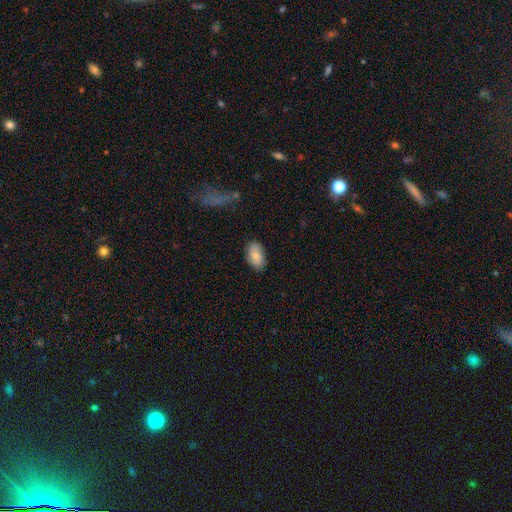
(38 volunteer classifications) A smooth galaxy with no disk features (89%) that is in between round and cigar-shaped (97%). Merging: none (89%).